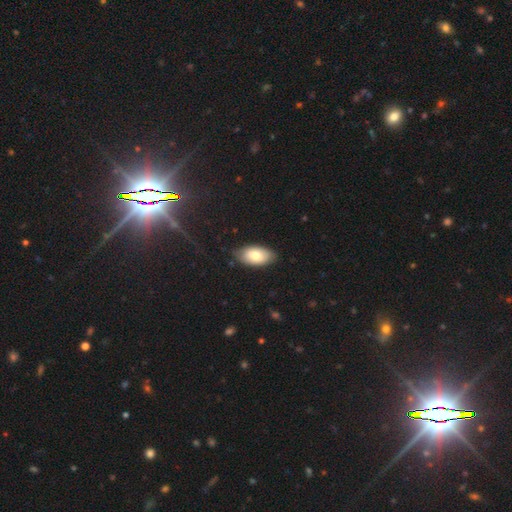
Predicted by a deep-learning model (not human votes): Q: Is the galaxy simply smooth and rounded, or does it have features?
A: smooth — 78%.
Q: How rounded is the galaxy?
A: in between — 95%.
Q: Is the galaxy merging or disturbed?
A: none — 82%.